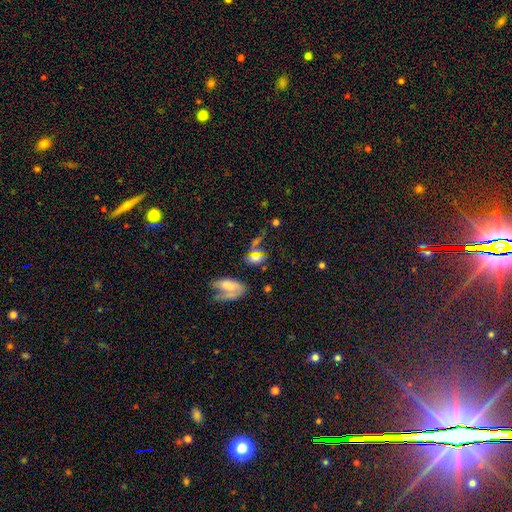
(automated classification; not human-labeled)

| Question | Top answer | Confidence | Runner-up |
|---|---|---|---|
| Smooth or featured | smooth | 51% | star or artifact (27%) |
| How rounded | in between | 71% | round (17%) |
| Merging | none | 43% | merger (22%) |